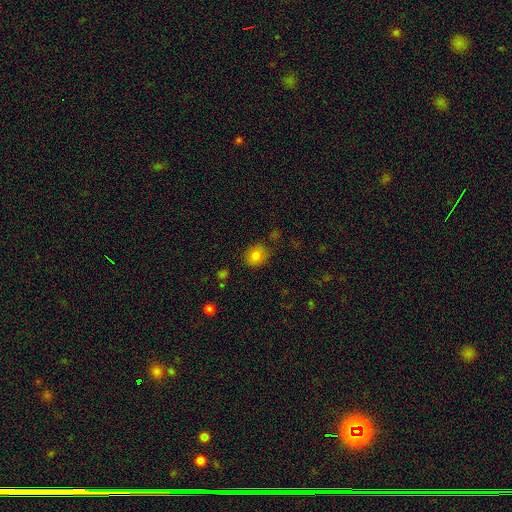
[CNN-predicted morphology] A smooth galaxy with no disk features (81%) that is round (64%). Merging: none (77%).